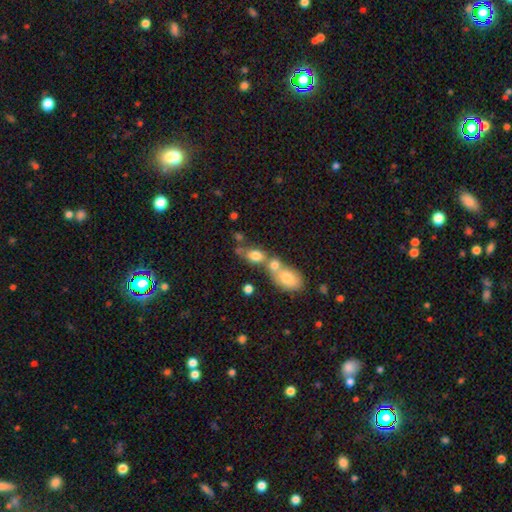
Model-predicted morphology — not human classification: smooth-or-featured: smooth: 74% | featured or disk: 15% | star or artifact: 11%
  how-rounded: in between: 71% | round: 24% | cigar-shaped: 5%
  merging: merger: 57% | none: 29% | minor disturbance: 9% | major disturbance: 5%